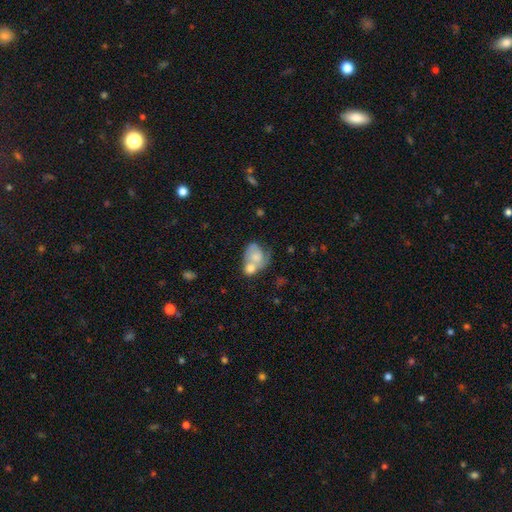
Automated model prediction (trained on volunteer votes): Morphology: type=smooth (55%); roundness=in between (54%); merging=merger (56%).